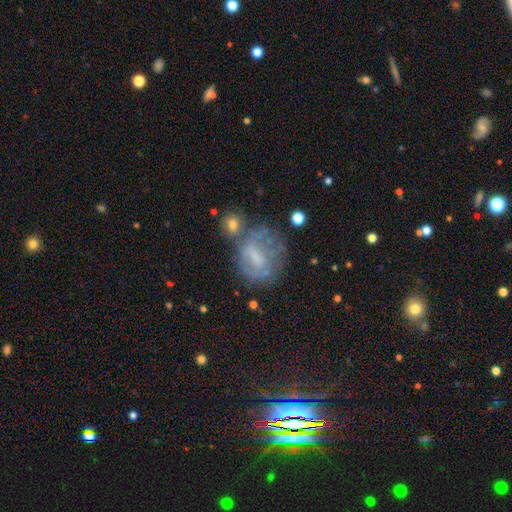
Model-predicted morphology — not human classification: This is possibly a featured or disk galaxy (47%). Merging: marginally none (44%).